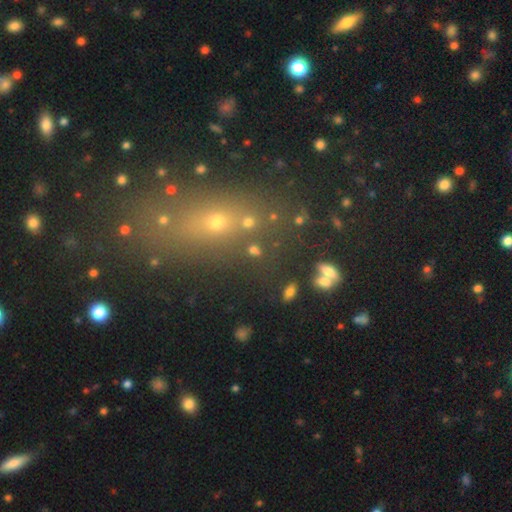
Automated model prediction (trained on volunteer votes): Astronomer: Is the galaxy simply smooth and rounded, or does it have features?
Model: smooth — 46% (runner-up: star or artifact, 37%).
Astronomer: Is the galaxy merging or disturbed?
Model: none — 74%.